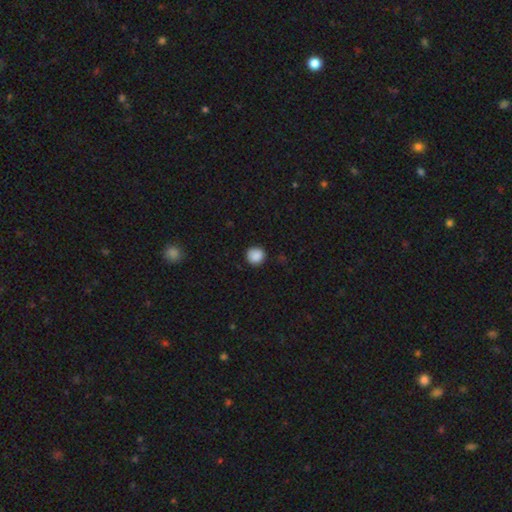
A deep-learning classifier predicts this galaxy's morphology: Smooth or featured?
  - smooth: 88% *
  - star or artifact: 9%
  - featured or disk: 3%
How rounded?
  - round: 93% *
  - in between: 6%
  - cigar-shaped: 1%
Merging?
  - none: 90% *
  - minor disturbance: 7%
  - major disturbance: 2%
  - merger: 1%